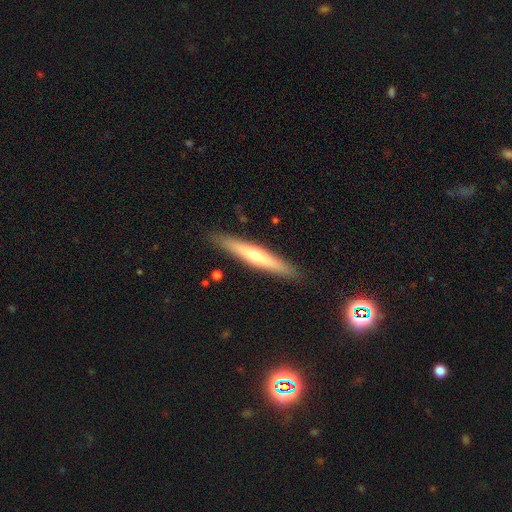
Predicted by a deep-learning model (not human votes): Smooth or featured? featured or disk (54%)
Edge-on disk? yes (93%)
Edge-on bulge? rounded (80%)
Merging? none (89%)